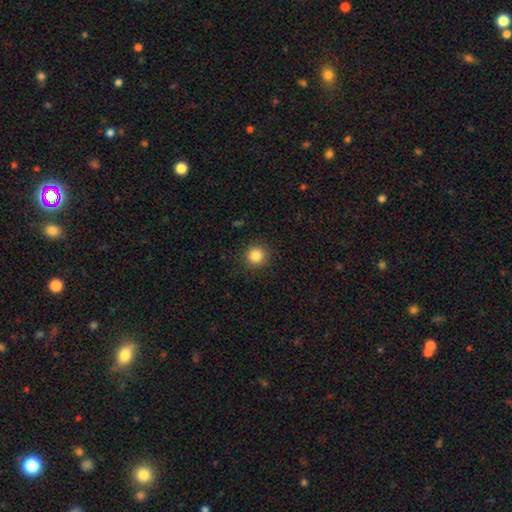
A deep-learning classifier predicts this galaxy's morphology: The model was most divided on "smooth or featured": smooth: 85%, star or artifact: 11%, featured or disk: 4%. More confident: how rounded — round (93%); merging — none (90%).